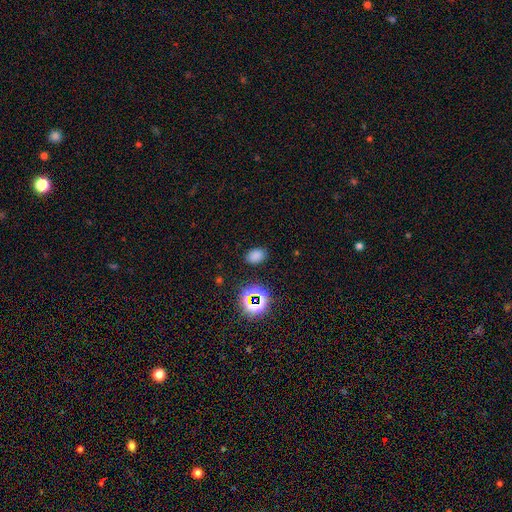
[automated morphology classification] smooth_or_featured: smooth (p=0.74) [alt: star or artifact p=0.21]
how_rounded: in between (p=0.76) [alt: round p=0.23]
merging: none (p=0.85) [alt: minor disturbance p=0.10]